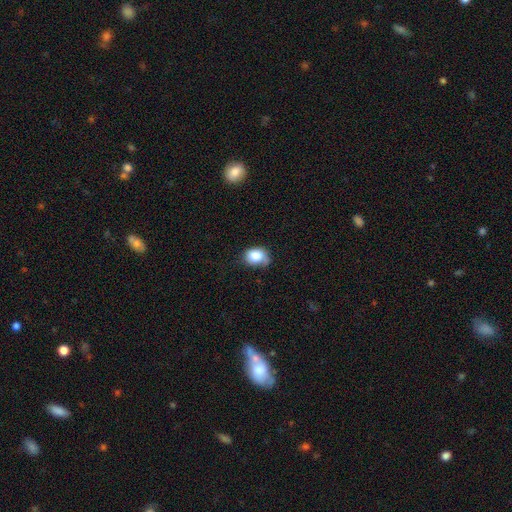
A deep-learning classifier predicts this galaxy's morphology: A smooth galaxy with no disk features (83%) that is in between round and cigar-shaped (57%). Merging: none (49%).